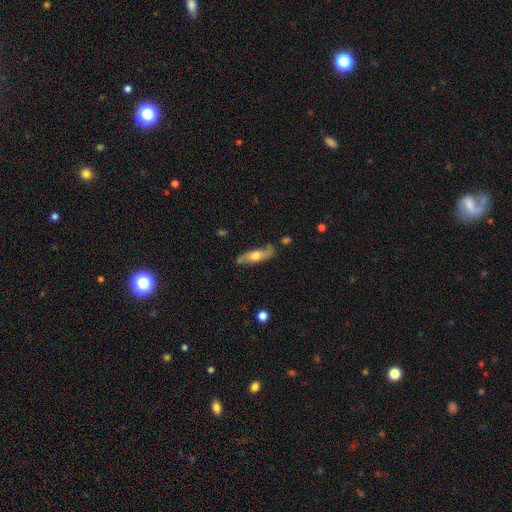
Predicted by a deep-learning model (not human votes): Smooth or featured? featured or disk (48%)
Merging? none (76%)